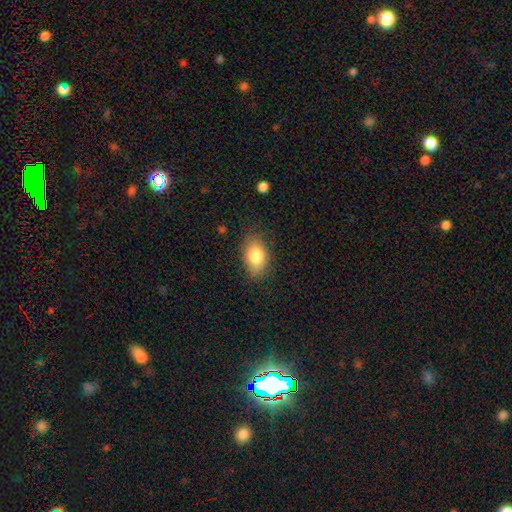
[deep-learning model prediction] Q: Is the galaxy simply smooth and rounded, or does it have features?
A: smooth — 81%.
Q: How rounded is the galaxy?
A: in between — 87%.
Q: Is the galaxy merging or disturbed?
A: none — 80%.